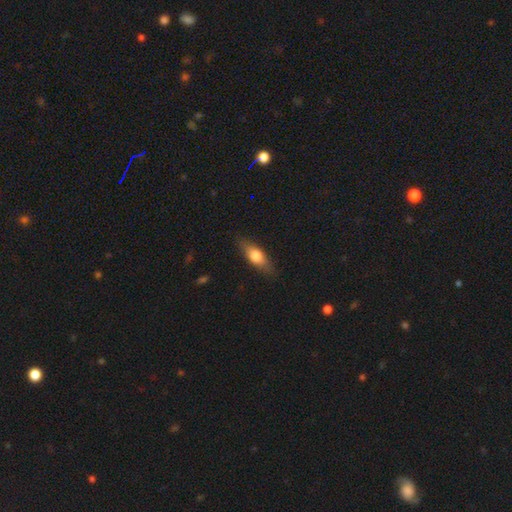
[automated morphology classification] type=smooth (67%); roundness=in between (67%); merging=none (82%).